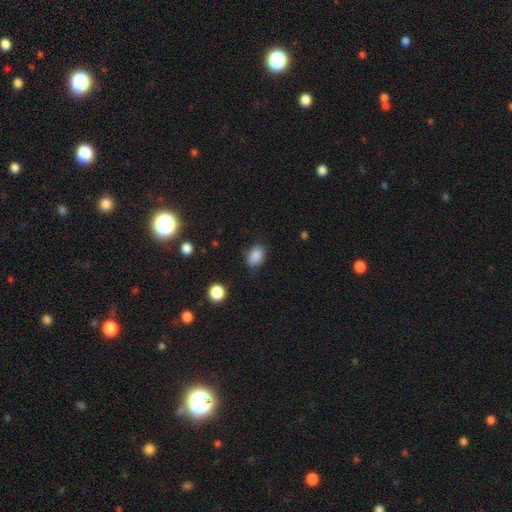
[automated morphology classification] smooth 86%, star or artifact 10%, featured or disk 4%. Down the decision tree: how rounded — in between (74%); merging — none (79%).